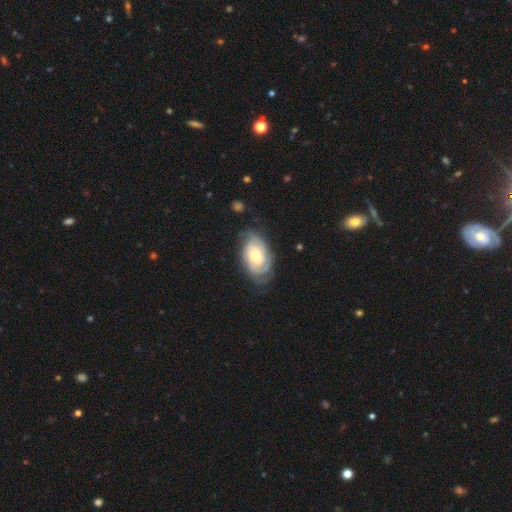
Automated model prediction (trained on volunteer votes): This appears to be a featured or disk galaxy (73%) with no bar (73%), tight (65%) spiral arms (91%) and a moderate central bulge (62%). Merging: none (67%).